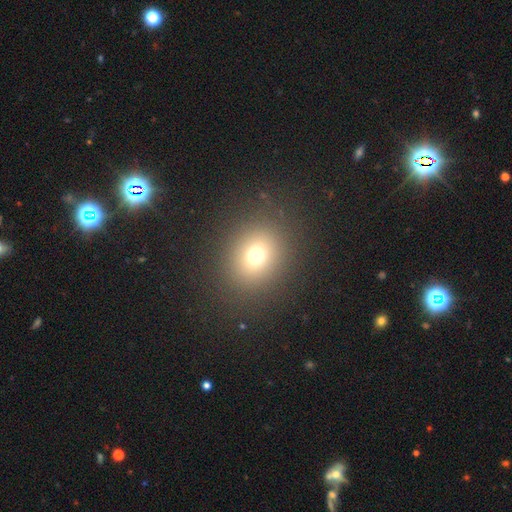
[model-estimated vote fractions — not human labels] The model was most divided on "how rounded": round: 70%, in between: 29%, cigar-shaped: 1%. More confident: merging — none (87%); smooth or featured — smooth (71%).